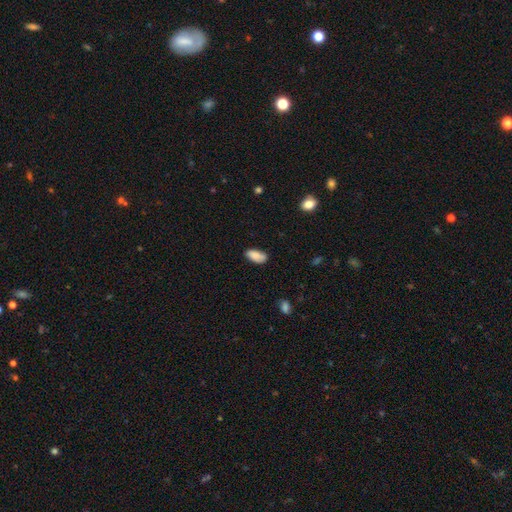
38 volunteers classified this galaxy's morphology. A smooth galaxy with no disk features (89%) that is in between round and cigar-shaped (94%).

Vote fractions:
- Smooth or featured? smooth: 89% / featured or disk: 8% / star or artifact: 3%
- How rounded? in between: 94% / cigar-shaped: 6% / round: 0%
- Merging? none: 81% / minor disturbance: 14% / major disturbance: 5% / merger: 0%